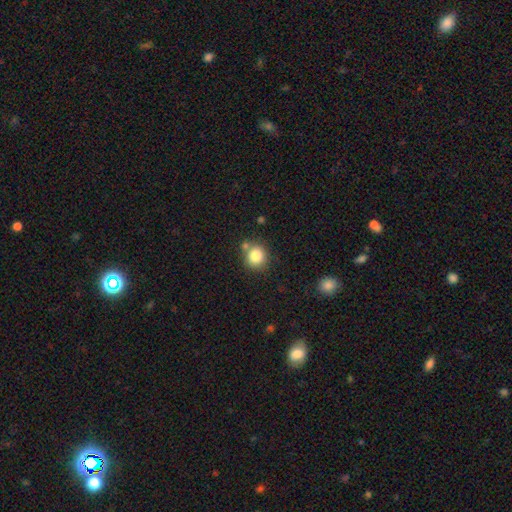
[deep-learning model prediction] smooth-or-featured: smooth: 84% | star or artifact: 10% | featured or disk: 7%
  how-rounded: round: 87% | in between: 12% | cigar-shaped: 1%
  merging: none: 70% | merger: 14% | minor disturbance: 12% | major disturbance: 4%